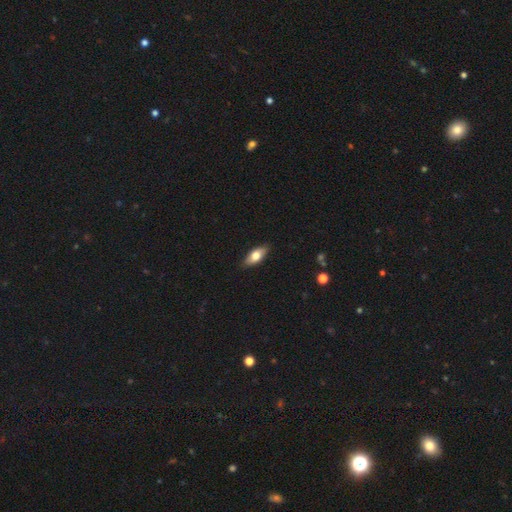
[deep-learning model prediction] This appears to be a smooth galaxy with no disk features (69%) that is in between round and cigar-shaped (82%). Merging: none (86%).